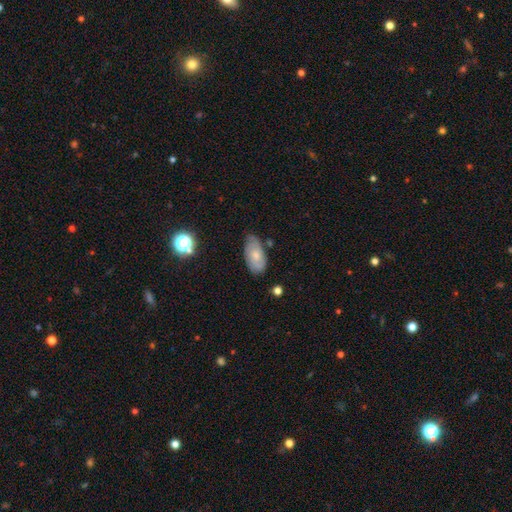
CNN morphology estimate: The model was most divided on "smooth or featured": smooth: 51%, featured or disk: 41%, star or artifact: 8%. More confident: how rounded — in between (92%); merging — none (66%).